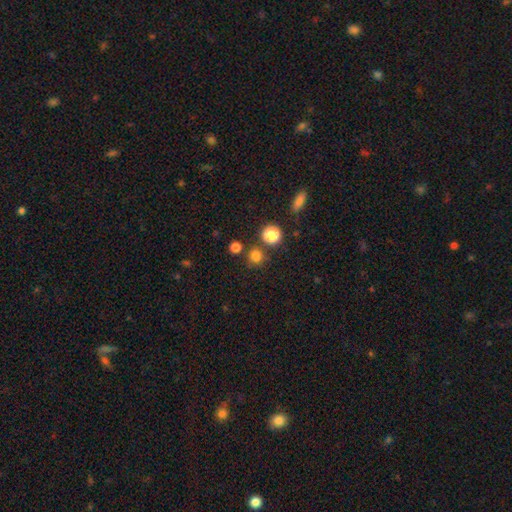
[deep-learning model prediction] smooth-or-featured: smooth: 78% | star or artifact: 17% | featured or disk: 5%
  how-rounded: round: 91% | in between: 8% | cigar-shaped: 1%
  merging: none: 79% | merger: 10% | minor disturbance: 8% | major disturbance: 3%